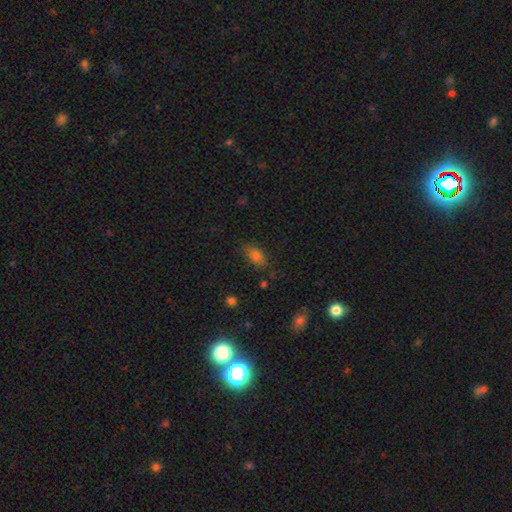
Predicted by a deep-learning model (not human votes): smooth 75%, star or artifact 17%, featured or disk 8%. Down the decision tree: how rounded — in between (85%); merging — none (77%).